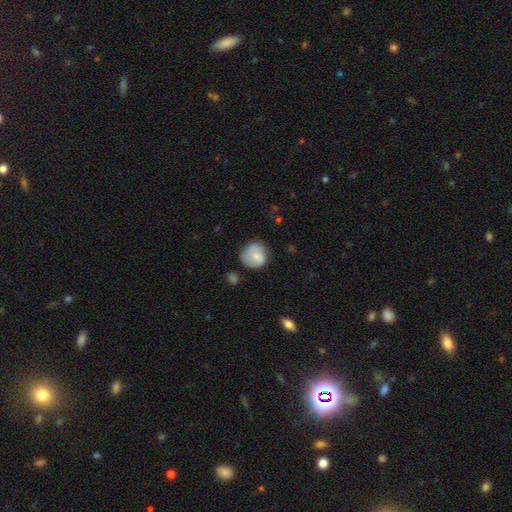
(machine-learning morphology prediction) Q: Smooth or featured?
A: smooth (68%); runner-up: featured or disk (25%)
Q: How rounded?
A: round (85%); runner-up: in between (14%)
Q: Merging?
A: none (62%); runner-up: minor disturbance (24%)